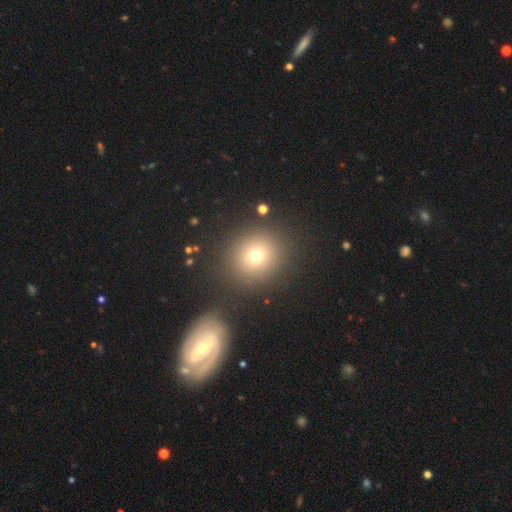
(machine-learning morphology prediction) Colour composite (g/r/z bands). It shows a smooth galaxy with no disk features (72%) that is round (88%). Merging: none (86%).